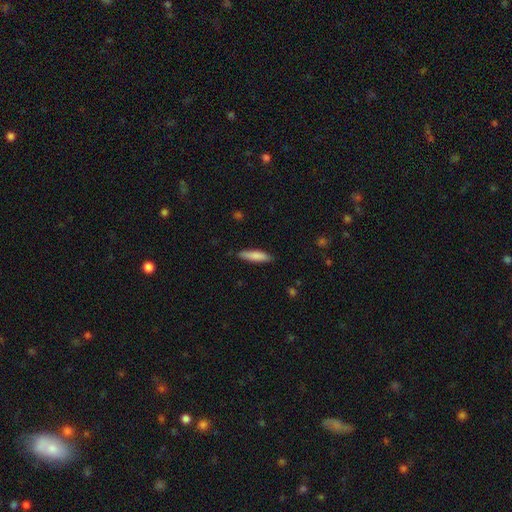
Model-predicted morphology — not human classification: type=smooth (83%); roundness=cigar-shaped (76%); merging=none (85%).